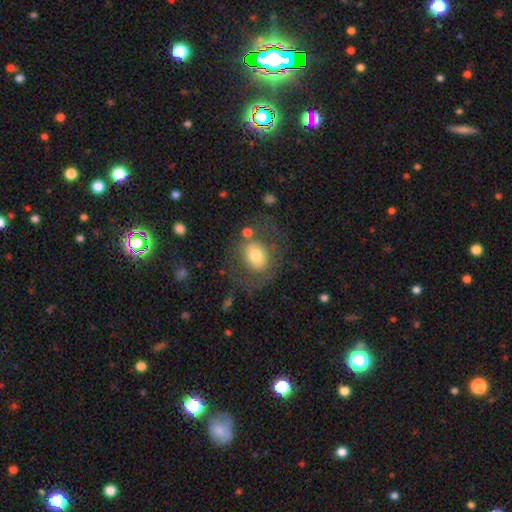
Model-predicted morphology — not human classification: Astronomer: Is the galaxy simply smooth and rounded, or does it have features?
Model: smooth — 58%.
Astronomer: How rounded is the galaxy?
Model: round — 64%.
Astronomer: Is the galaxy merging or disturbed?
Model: none — 57%.